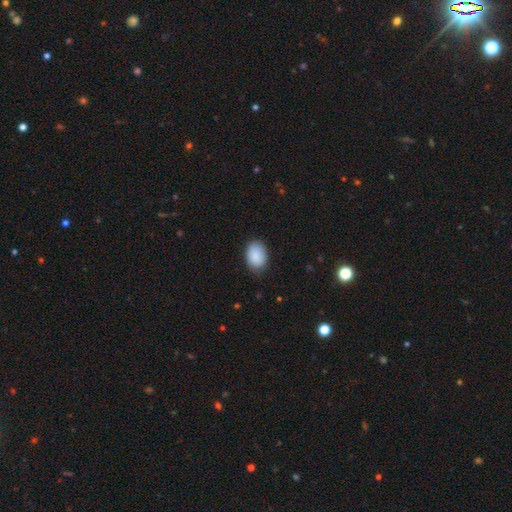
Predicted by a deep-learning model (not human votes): Q: Smooth or featured?
A: smooth (90%); runner-up: star or artifact (6%)
Q: How rounded?
A: in between (83%); runner-up: round (16%)
Q: Merging?
A: none (80%); runner-up: minor disturbance (16%)